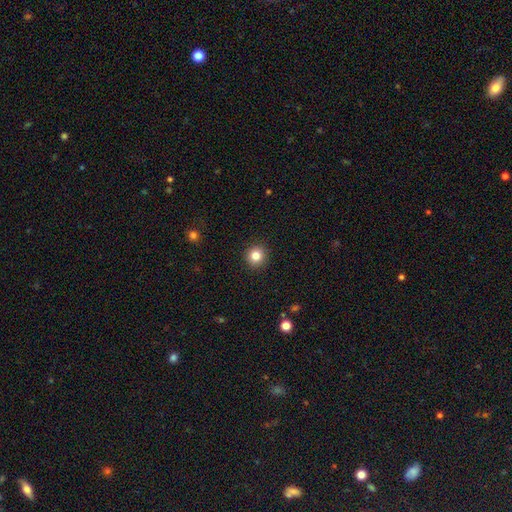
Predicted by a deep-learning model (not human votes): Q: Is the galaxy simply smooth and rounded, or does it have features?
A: smooth — 83%.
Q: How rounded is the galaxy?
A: round — 94%.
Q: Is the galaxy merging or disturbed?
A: none — 92%.